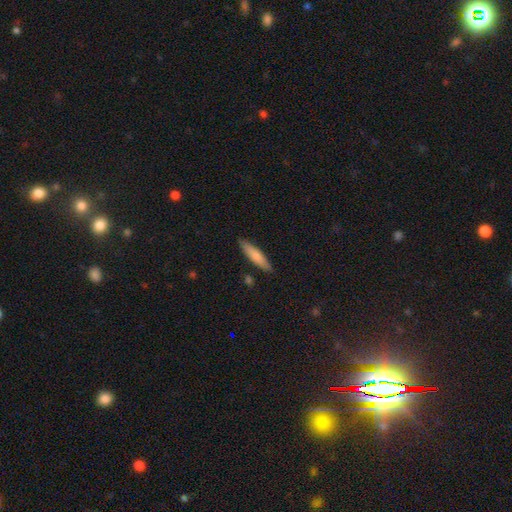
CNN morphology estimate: Smooth or featured? smooth (78%)
How rounded? cigar-shaped (81%)
Merging? none (87%)